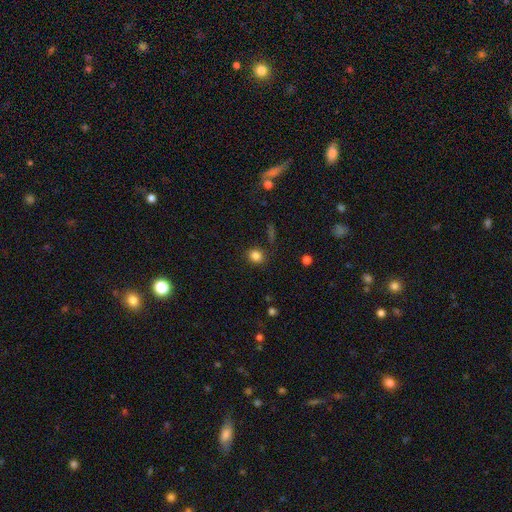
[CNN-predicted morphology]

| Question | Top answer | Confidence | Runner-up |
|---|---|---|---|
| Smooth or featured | smooth | 84% | star or artifact (11%) |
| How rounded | round | 70% | in between (29%) |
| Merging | none | 85% | minor disturbance (10%) |